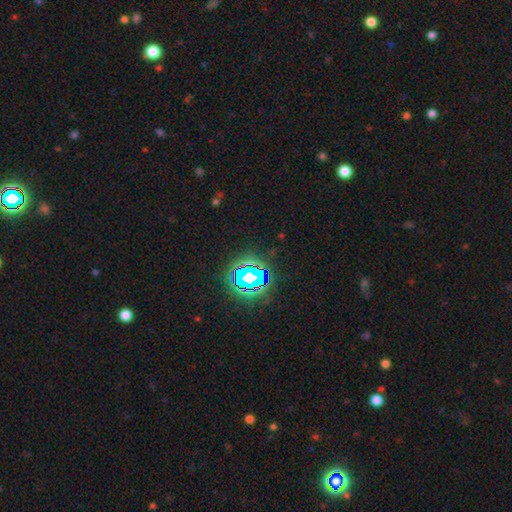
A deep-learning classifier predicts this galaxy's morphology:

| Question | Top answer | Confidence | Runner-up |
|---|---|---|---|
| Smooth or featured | star or artifact | 82% | smooth (11%) |